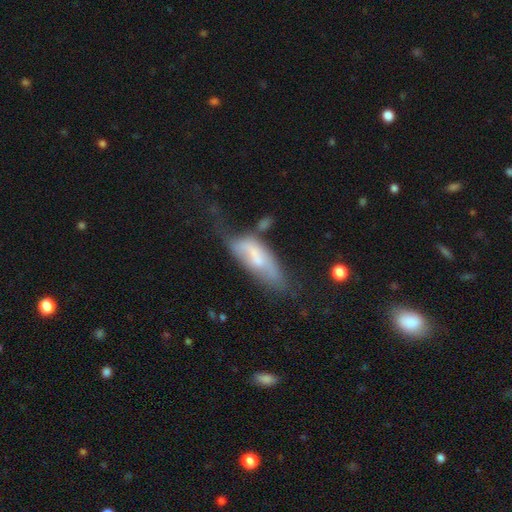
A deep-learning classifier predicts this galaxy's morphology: The model was most divided on "merging": major disturbance: 34%, minor disturbance: 28%, none: 24%, merger: 14%. More confident: how rounded — in between (70%); smooth or featured — smooth (52%).